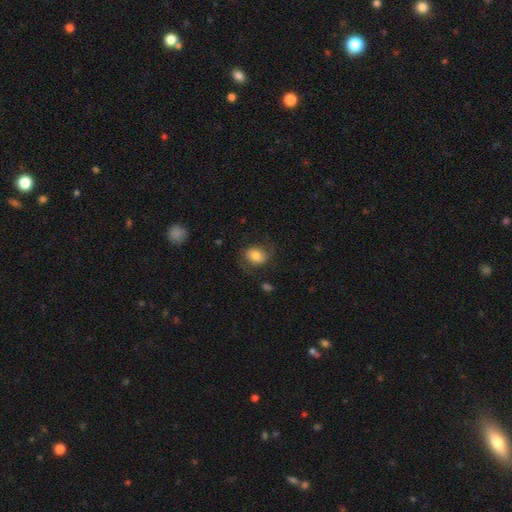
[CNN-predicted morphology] Q: Smooth or featured?
A: smooth (72%); runner-up: featured or disk (19%)
Q: How rounded?
A: round (57%); runner-up: in between (42%)
Q: Merging?
A: none (71%); runner-up: minor disturbance (18%)